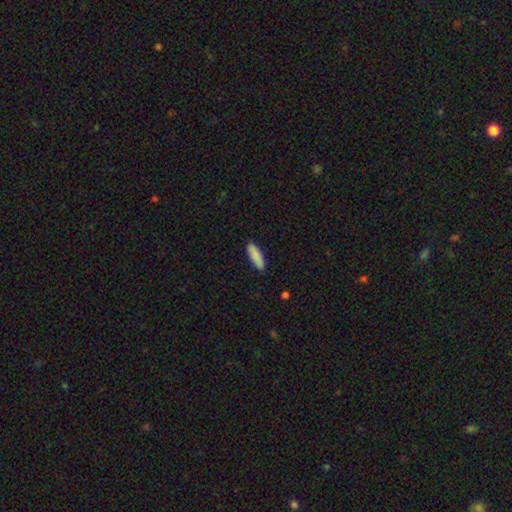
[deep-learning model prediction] This appears to be a smooth galaxy with no disk features (89%) that is cigar-shaped (49%, tied with in between). Merging: none (88%).